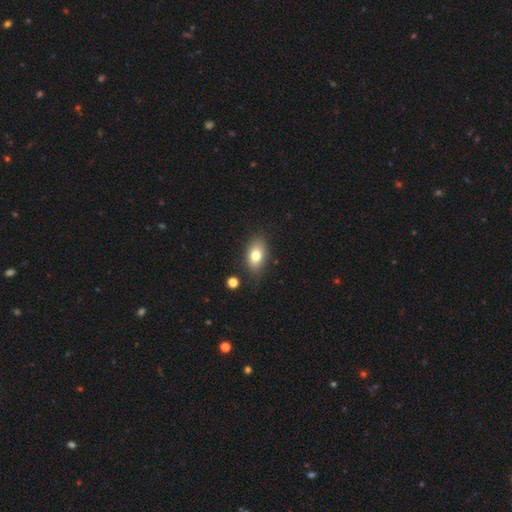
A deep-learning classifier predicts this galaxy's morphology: A smooth galaxy with no disk features (77%) that is in between round and cigar-shaped (85%). Merging: none (79%).